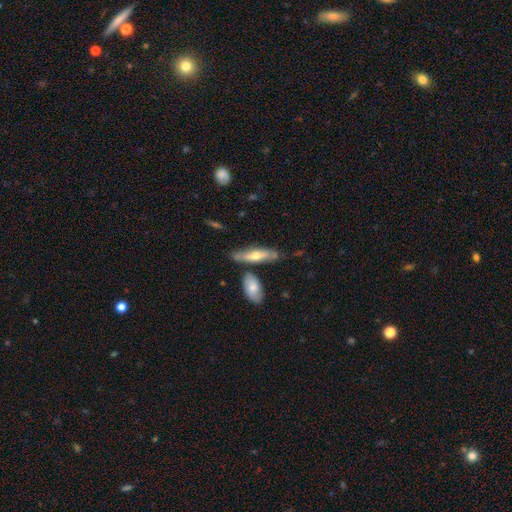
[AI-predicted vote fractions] Overall: smooth (53%; featured or disk 41%). How rounded: cigar-shaped (61%; in between 37%). Merging: none (63%).